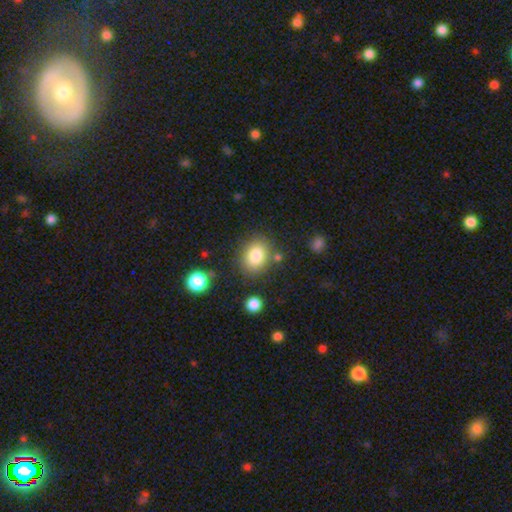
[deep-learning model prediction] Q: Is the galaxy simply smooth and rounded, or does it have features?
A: smooth — 82%.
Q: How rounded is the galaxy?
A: in between — 55%.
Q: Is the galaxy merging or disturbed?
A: none — 77%.